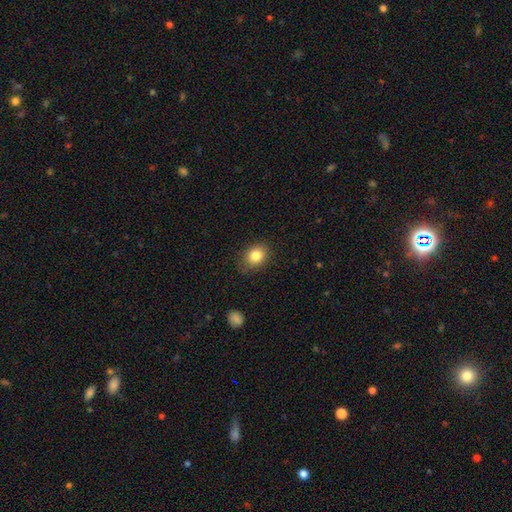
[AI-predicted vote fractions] Morphology: type=smooth (83%); roundness=in between (52%); merging=none (80%).